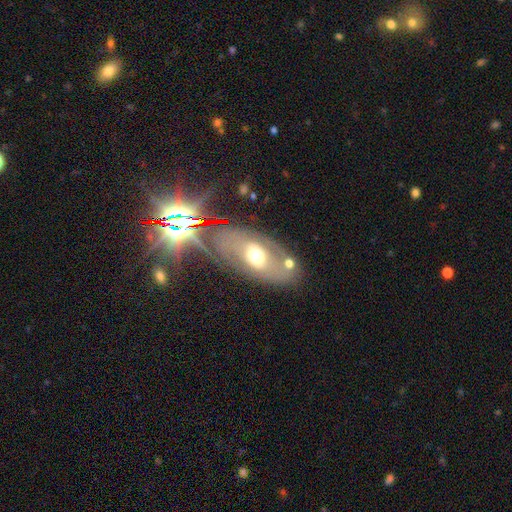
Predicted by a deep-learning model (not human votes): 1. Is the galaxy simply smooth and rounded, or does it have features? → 49% featured or disk, 38% smooth, 12% star or artifact.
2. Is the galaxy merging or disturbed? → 69% none, 15% minor disturbance, 9% major disturbance, 7% merger.